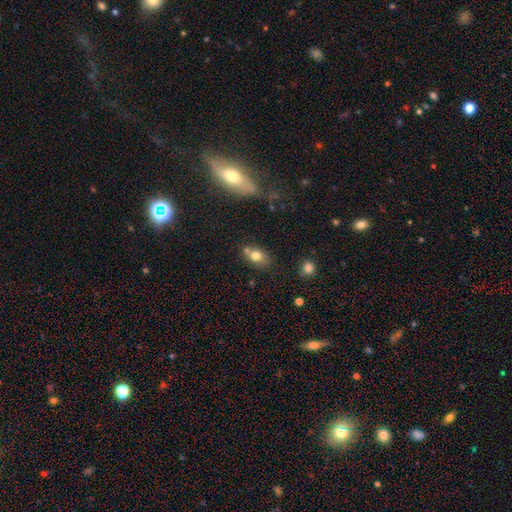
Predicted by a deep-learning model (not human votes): smooth-or-featured: smooth: 76% | featured or disk: 13% | star or artifact: 11%
  how-rounded: in between: 72% | round: 26% | cigar-shaped: 2%
  merging: none: 55% | merger: 25% | minor disturbance: 16% | major disturbance: 4%